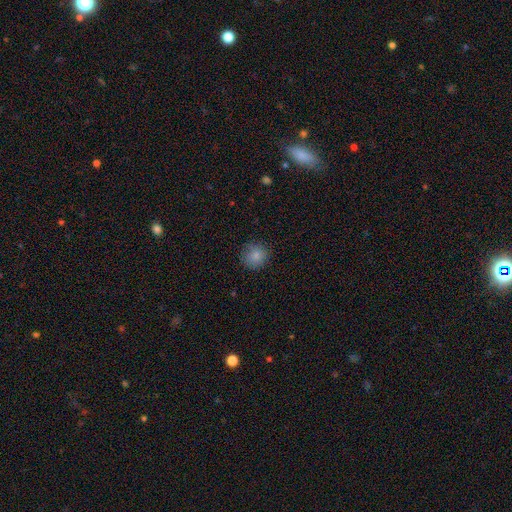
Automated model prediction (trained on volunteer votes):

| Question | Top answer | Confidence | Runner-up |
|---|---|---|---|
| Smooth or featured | smooth | 84% | star or artifact (10%) |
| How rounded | round | 88% | in between (11%) |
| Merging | none | 84% | minor disturbance (12%) |